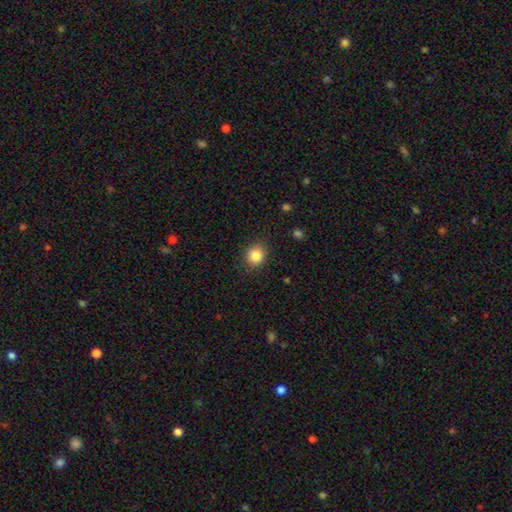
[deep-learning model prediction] Smooth or featured? smooth (85%)
How rounded? round (81%)
Merging? none (88%)